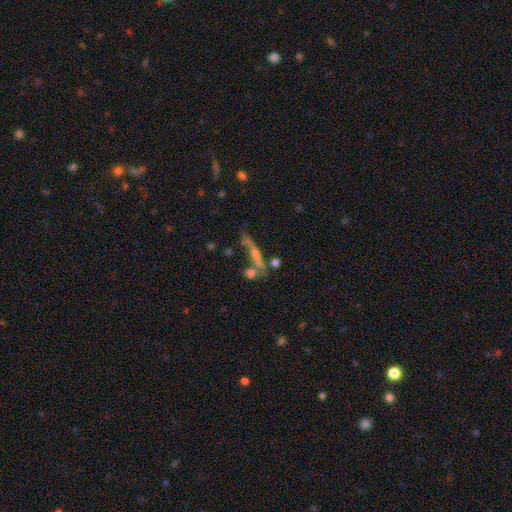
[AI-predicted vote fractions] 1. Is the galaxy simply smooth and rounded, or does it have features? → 53% featured or disk, 34% smooth, 13% star or artifact.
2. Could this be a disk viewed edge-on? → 74% yes, 26% no.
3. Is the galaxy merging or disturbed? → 48% none, 26% merger, 15% minor disturbance, 11% major disturbance.